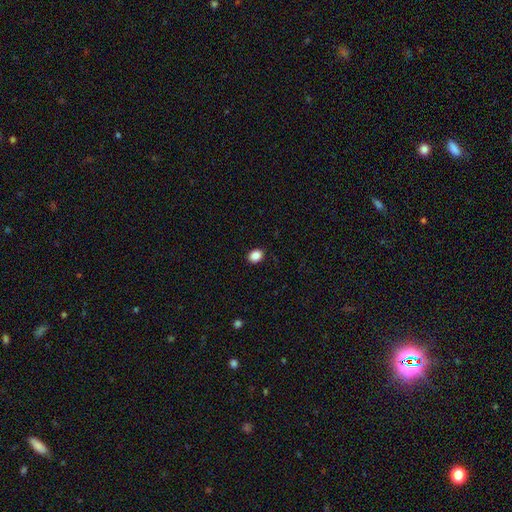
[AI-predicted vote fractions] This is clearly a smooth galaxy (88%). How rounded: possibly in between (52%). Merging: clearly none (90%).